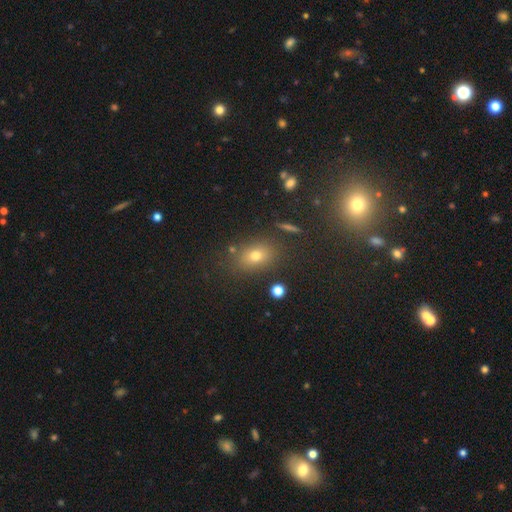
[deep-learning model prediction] smooth_or_featured: smooth (p=0.68) [alt: star or artifact p=0.20]
how_rounded: in between (p=0.62) [alt: round p=0.35]
merging: none (p=0.80) [alt: minor disturbance p=0.11]